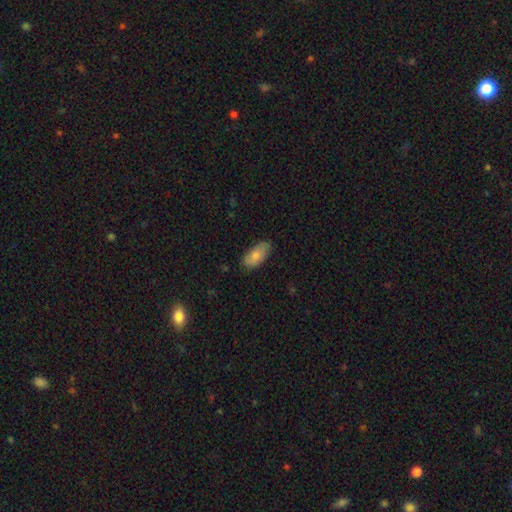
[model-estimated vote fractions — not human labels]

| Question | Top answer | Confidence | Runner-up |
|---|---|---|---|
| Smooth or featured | smooth | 80% | featured or disk (14%) |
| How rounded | in between | 91% | cigar-shaped (7%) |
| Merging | none | 78% | minor disturbance (18%) |